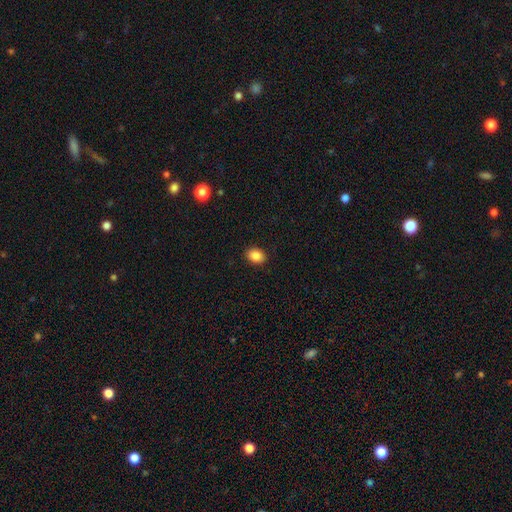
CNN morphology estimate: smooth-or-featured: smooth: 87% | star or artifact: 9% | featured or disk: 4%
  how-rounded: in between: 67% | round: 32% | cigar-shaped: 1%
  merging: none: 90% | minor disturbance: 7% | major disturbance: 2% | merger: 1%